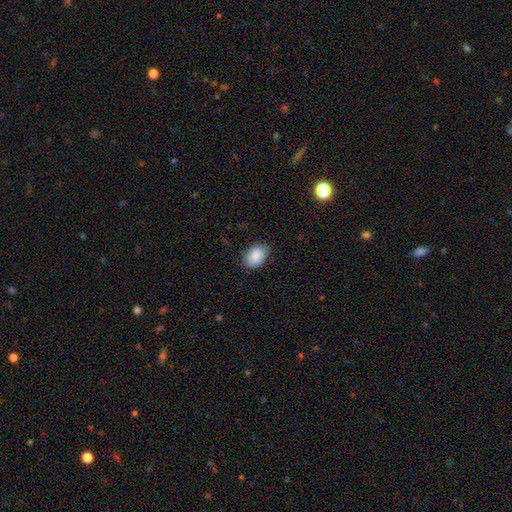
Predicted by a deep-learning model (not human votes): smooth_or_featured: smooth (p=0.87) [alt: star or artifact p=0.07]
how_rounded: in between (p=0.88) [alt: round p=0.11]
merging: none (p=0.80) [alt: minor disturbance p=0.16]